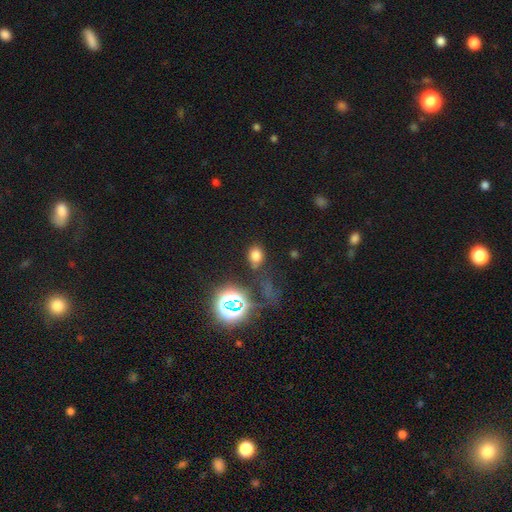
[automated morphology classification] Overall: smooth (67%). How rounded: in between (67%; round 31%). Merging: none (69%).